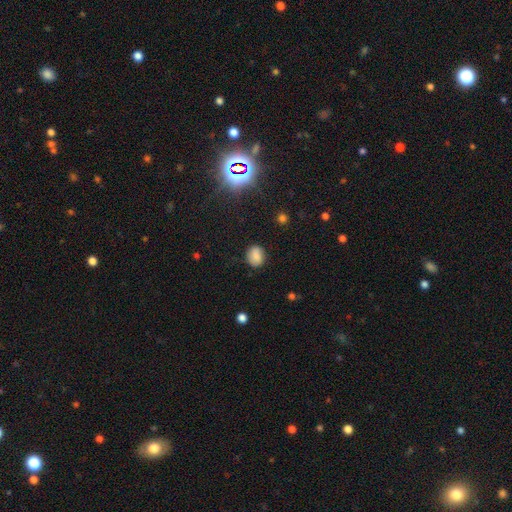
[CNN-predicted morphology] smooth_or_featured: smooth (p=0.83) [alt: star or artifact p=0.11]
how_rounded: round (p=0.56) [alt: in between p=0.43]
merging: none (p=0.83) [alt: minor disturbance p=0.13]